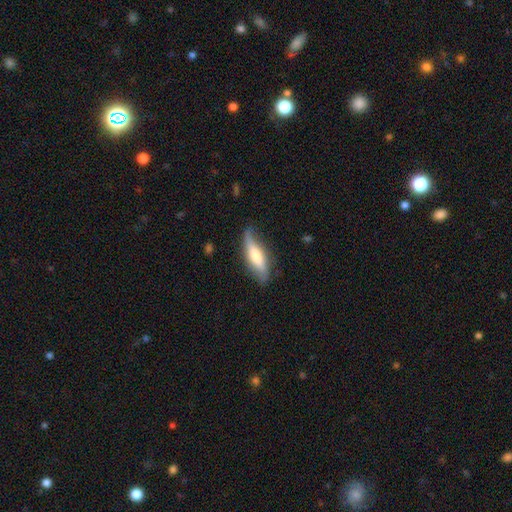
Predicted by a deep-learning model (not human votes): Overall: smooth (51%; featured or disk 43%). How rounded: cigar-shaped (56%; in between 42%). Merging: none (65%; minor disturbance 27%).